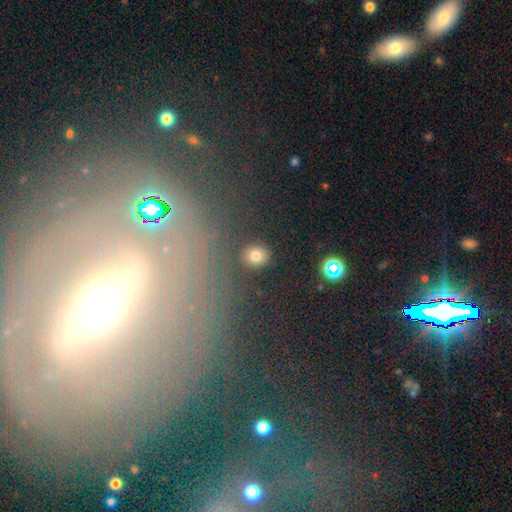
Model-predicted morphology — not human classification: Q: Smooth or featured?
A: smooth (78%); runner-up: star or artifact (14%)
Q: How rounded?
A: round (84%); runner-up: in between (15%)
Q: Merging?
A: none (88%); runner-up: minor disturbance (7%)